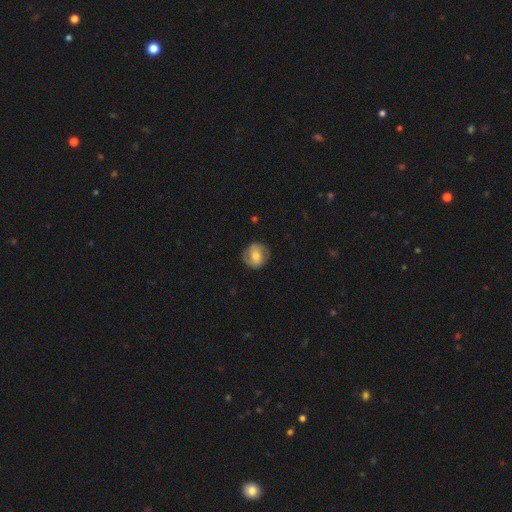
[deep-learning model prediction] Q: Smooth or featured?
A: smooth (60%); runner-up: featured or disk (32%)
Q: How rounded?
A: round (84%); runner-up: in between (15%)
Q: Merging?
A: none (81%); runner-up: minor disturbance (14%)